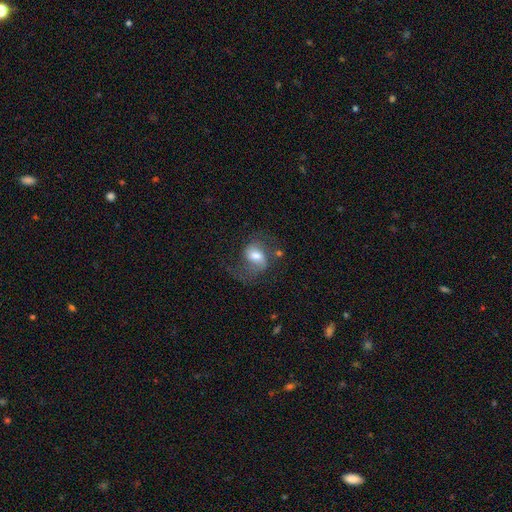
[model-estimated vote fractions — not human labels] A featured or disk galaxy (57%) with a weak bar (46%), spiral arms (87%) and a moderate central bulge (55%). Merging: none (45%).